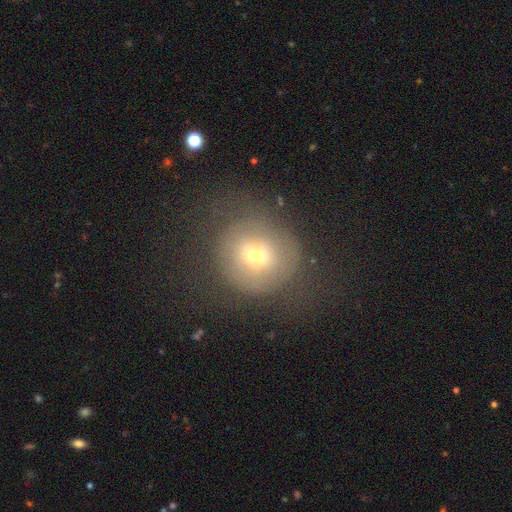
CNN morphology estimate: Smooth or featured? smooth (53%)
How rounded? round (78%)
Merging? none (60%)